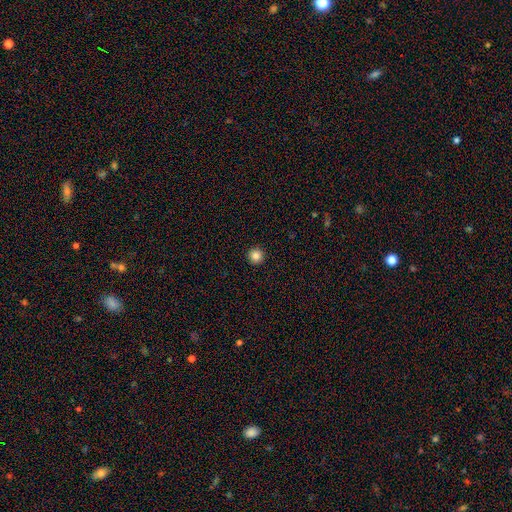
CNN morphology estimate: This is clearly a smooth galaxy (85%). How rounded: clearly round (96%). Merging: clearly none (94%).